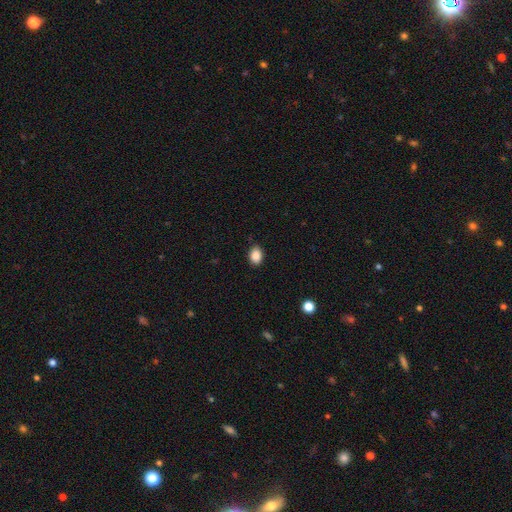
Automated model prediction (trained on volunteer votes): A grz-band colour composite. It shows a smooth galaxy with no disk features (89%) that is in between round and cigar-shaped (70%). Merging: none (87%).